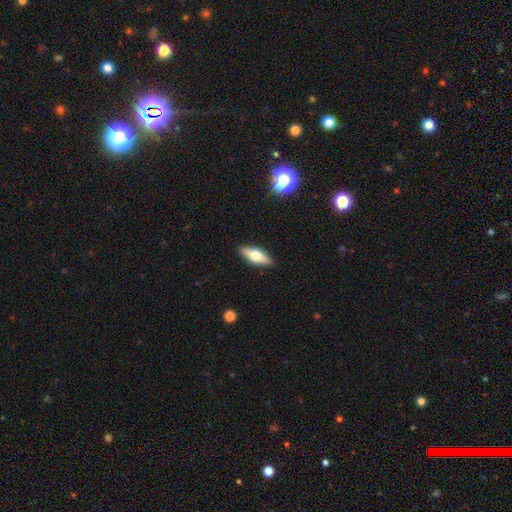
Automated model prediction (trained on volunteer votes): Q: Smooth or featured?
A: smooth (56%); runner-up: featured or disk (37%)
Q: How rounded?
A: in between (65%); runner-up: cigar-shaped (32%)
Q: Merging?
A: none (89%); runner-up: minor disturbance (8%)